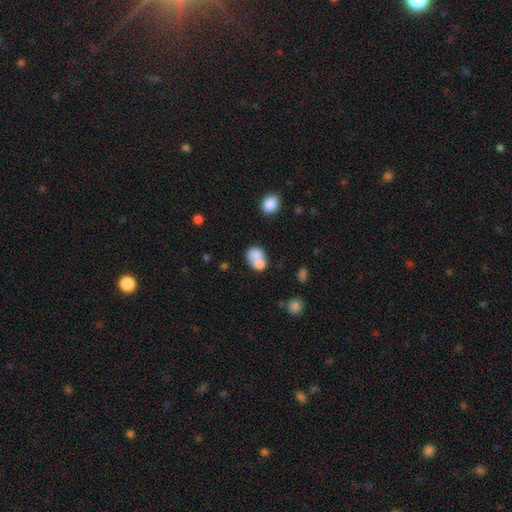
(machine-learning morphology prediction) Smooth or featured: smooth — 76% (featured or disk — 15%)
How rounded: round — 55% (in between — 44%)
Merging: merger — 56% (none — 30%)